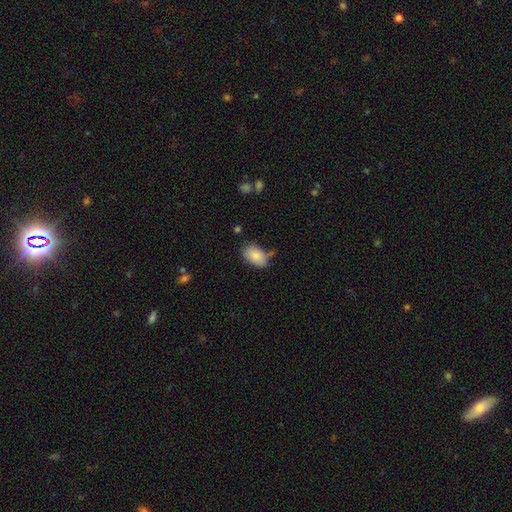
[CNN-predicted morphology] A smooth galaxy with no disk features (86%) that is in between round and cigar-shaped (92%).

Vote fractions:
- Smooth or featured? smooth: 86% / featured or disk: 7% / star or artifact: 7%
- How rounded? in between: 92% / round: 7% / cigar-shaped: 1%
- Merging? none: 67% / minor disturbance: 22% / merger: 6% / major disturbance: 5%